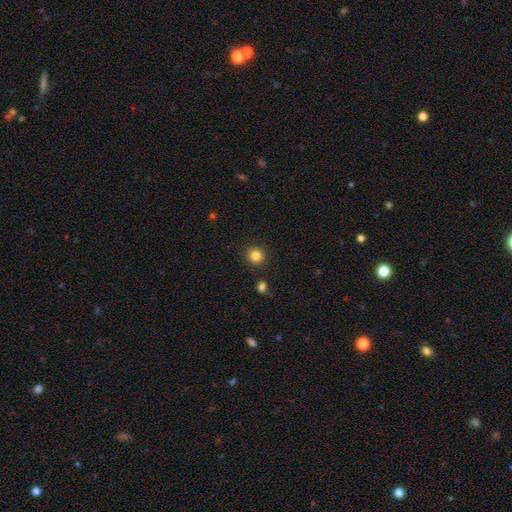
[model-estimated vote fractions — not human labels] This is clearly a smooth galaxy (84%). How rounded: clearly round (94%). Merging: clearly none (90%).